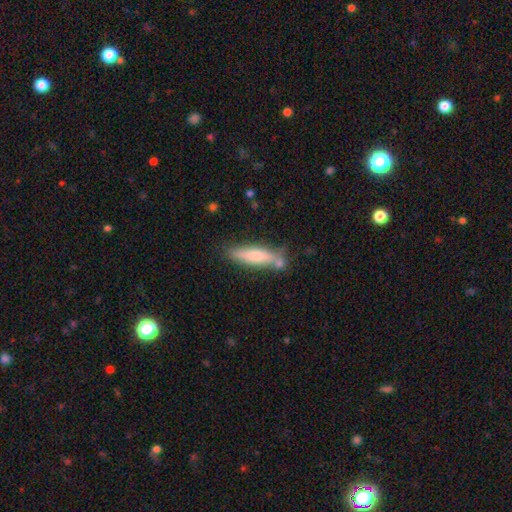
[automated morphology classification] The model was most divided on "smooth or featured": smooth: 68%, featured or disk: 25%, star or artifact: 6%. More confident: how rounded — cigar-shaped (74%); merging — none (67%).